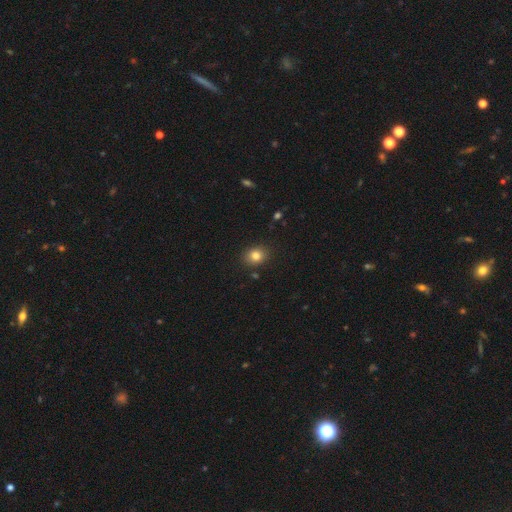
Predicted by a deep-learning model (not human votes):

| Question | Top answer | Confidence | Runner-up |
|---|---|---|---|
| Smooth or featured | smooth | 82% | star or artifact (11%) |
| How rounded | round | 56% | in between (43%) |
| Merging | none | 88% | minor disturbance (9%) |